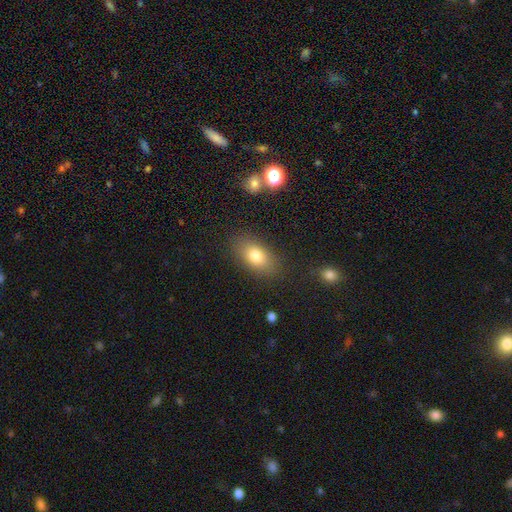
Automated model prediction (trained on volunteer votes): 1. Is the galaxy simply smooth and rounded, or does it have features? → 79% smooth, 12% featured or disk, 9% star or artifact.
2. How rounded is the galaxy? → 87% in between, 9% round, 4% cigar-shaped.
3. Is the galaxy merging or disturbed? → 83% none, 11% minor disturbance, 4% major disturbance, 2% merger.